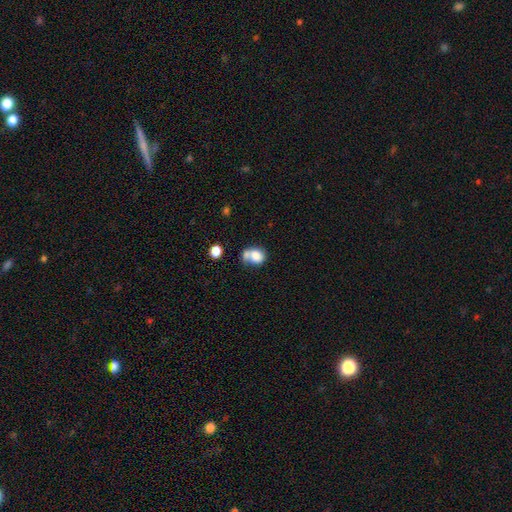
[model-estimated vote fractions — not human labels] Morphology: type=smooth (76%); roundness=round (57%); merging=merger (51%).